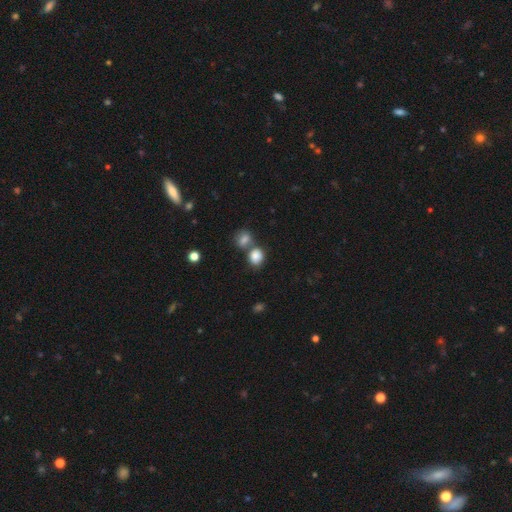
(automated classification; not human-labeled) Smooth or featured? Predicted: smooth (p=0.84). How rounded? Predicted: round (p=0.54). Merging? Predicted: merger (p=0.44).